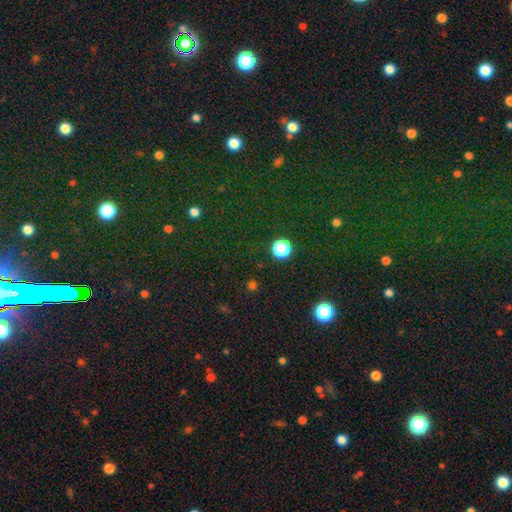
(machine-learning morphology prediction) star or artifact 75%, smooth 18%, featured or disk 8%.